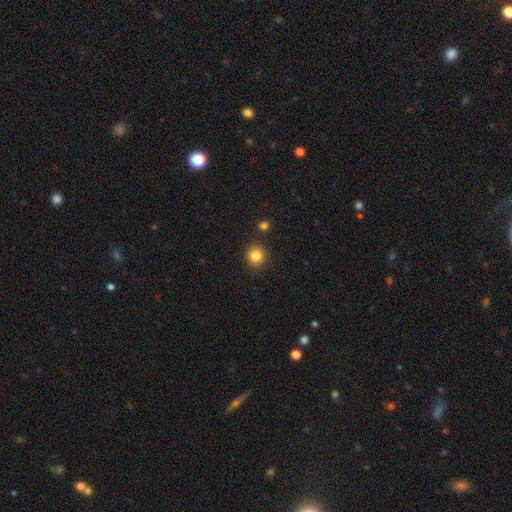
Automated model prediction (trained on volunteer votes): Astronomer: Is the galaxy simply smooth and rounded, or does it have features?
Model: smooth — 84%.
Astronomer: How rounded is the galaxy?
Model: round — 91%.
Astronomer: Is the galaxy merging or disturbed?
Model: none — 88%.